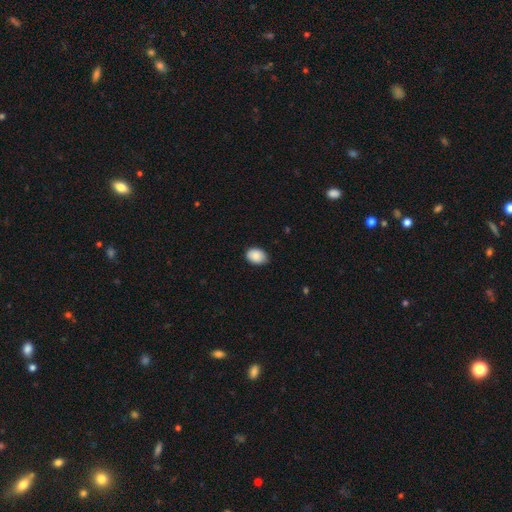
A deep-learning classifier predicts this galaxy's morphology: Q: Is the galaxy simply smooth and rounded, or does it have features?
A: smooth — 89%.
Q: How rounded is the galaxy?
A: in between — 76%.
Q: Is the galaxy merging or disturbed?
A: none — 77%.